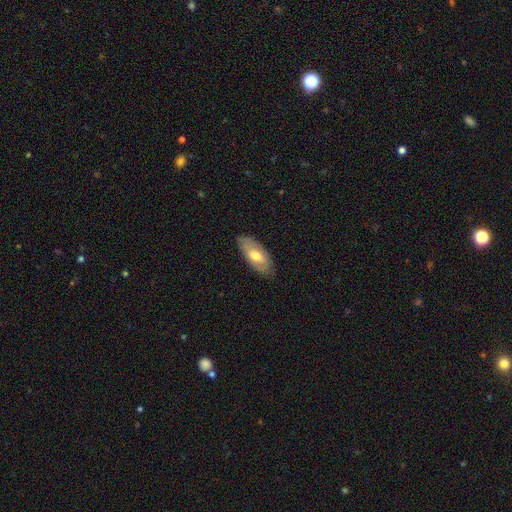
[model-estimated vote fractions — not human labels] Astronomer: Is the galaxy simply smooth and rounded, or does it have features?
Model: smooth — 60%.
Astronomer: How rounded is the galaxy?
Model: in between — 86%.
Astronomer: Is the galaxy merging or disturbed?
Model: none — 82%.